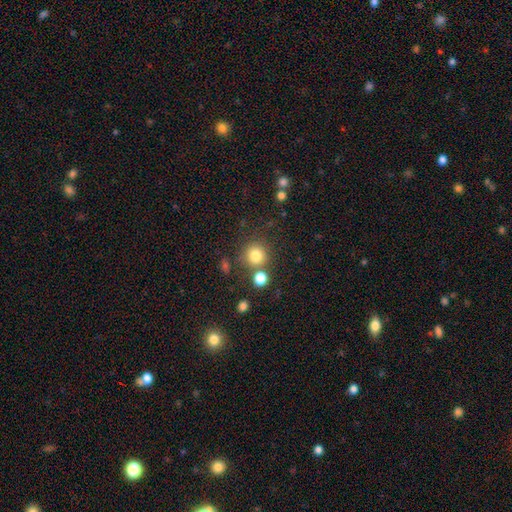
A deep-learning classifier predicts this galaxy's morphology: smooth 80%, star or artifact 13%, featured or disk 7%. Down the decision tree: how rounded — round (92%); merging — none (74%).